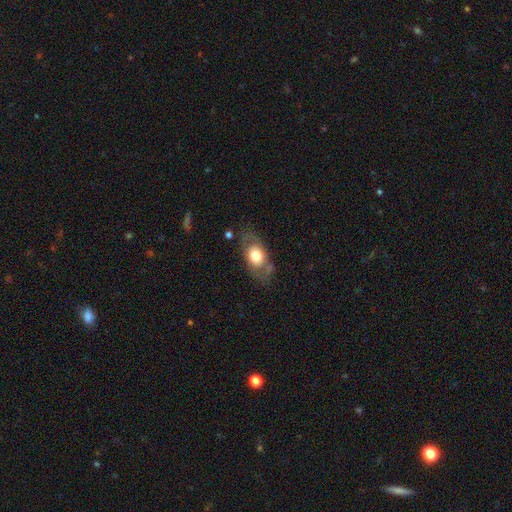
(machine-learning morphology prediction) This appears to be a smooth galaxy with no disk features (53%) that is in between round and cigar-shaped (80%). Merging: none (69%).